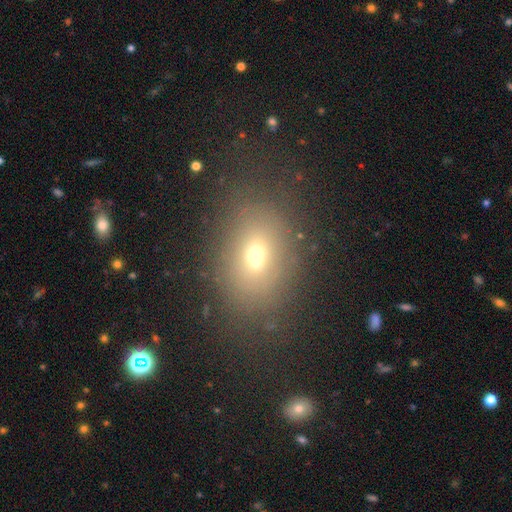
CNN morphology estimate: Smooth or featured? Predicted: smooth (p=0.64). How rounded? Predicted: in between (p=0.73). Merging? Predicted: none (p=0.76).